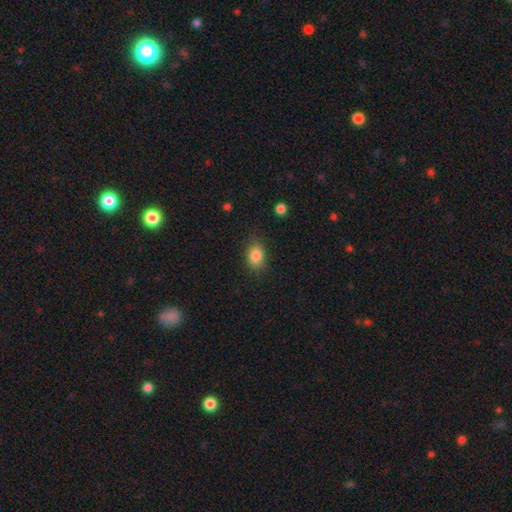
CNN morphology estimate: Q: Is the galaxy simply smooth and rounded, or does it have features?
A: smooth — 85%.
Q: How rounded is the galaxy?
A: in between — 69%.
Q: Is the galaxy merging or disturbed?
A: none — 81%.